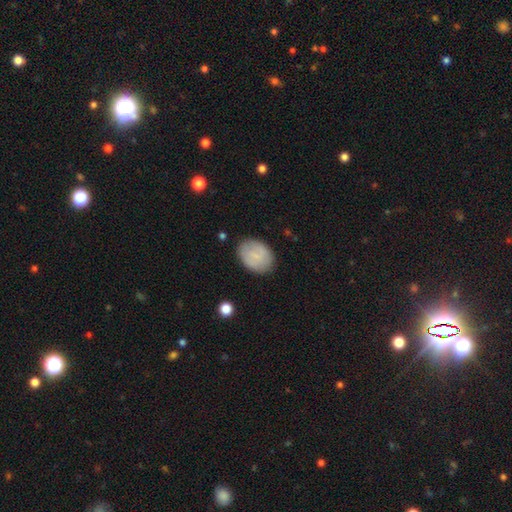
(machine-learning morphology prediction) Overall: smooth (72%). How rounded: in between (68%; round 31%). Merging: none (81%).